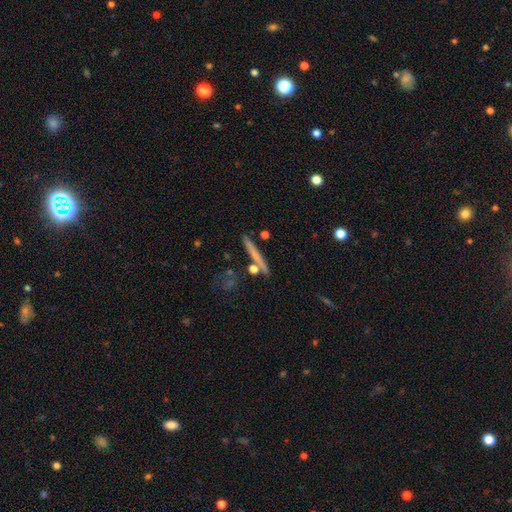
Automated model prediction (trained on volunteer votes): Smooth or featured? Predicted: smooth (p=0.51). How rounded? Predicted: cigar-shaped (p=0.92). Merging? Predicted: none (p=0.81).